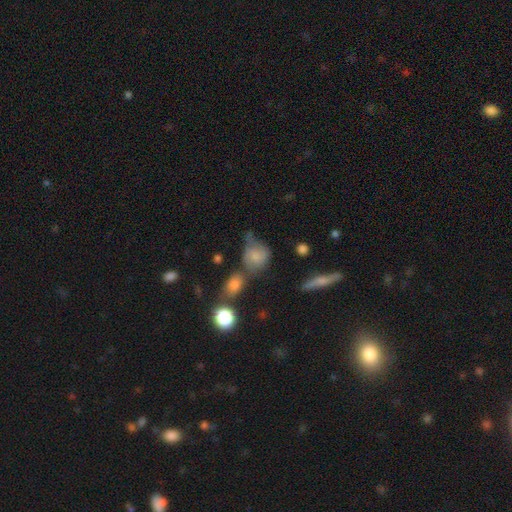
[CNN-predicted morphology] This appears to be a smooth galaxy with no disk features (72%) that is round (57%). Merging: none (33%).